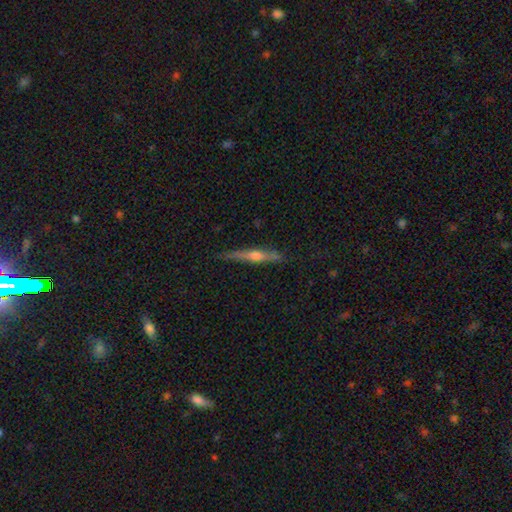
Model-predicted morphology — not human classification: featured or disk 72%, smooth 22%, star or artifact 6%. Down the decision tree: edge-on disk — yes (97%); edge-on bulge — rounded (87%); merging — none (85%).